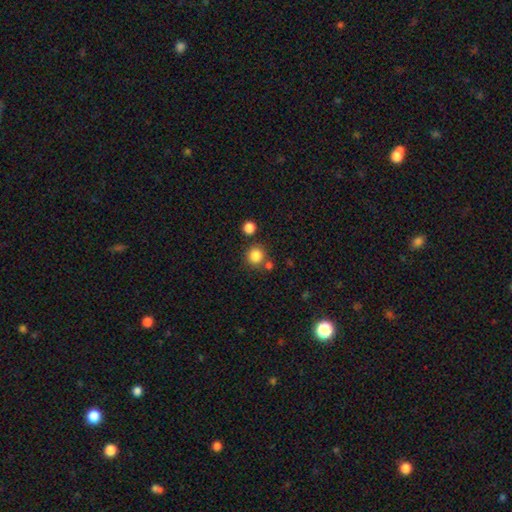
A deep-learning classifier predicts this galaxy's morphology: This appears to be a smooth galaxy with no disk features (84%) that is round (91%). Merging: none (76%).